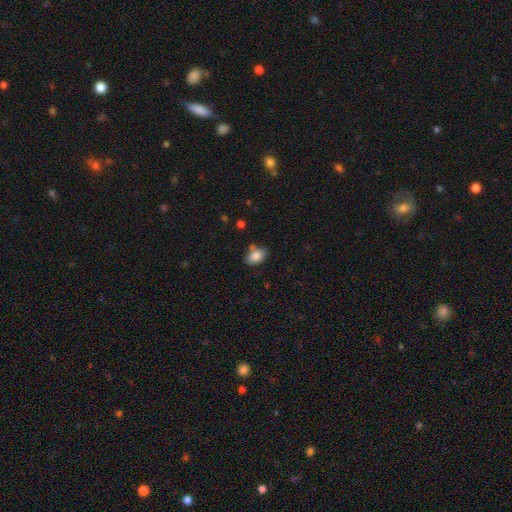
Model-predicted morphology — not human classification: The model was most divided on "merging": none: 70%, minor disturbance: 17%, merger: 9%, major disturbance: 4%. More confident: how rounded — in between (86%); smooth or featured — smooth (85%).